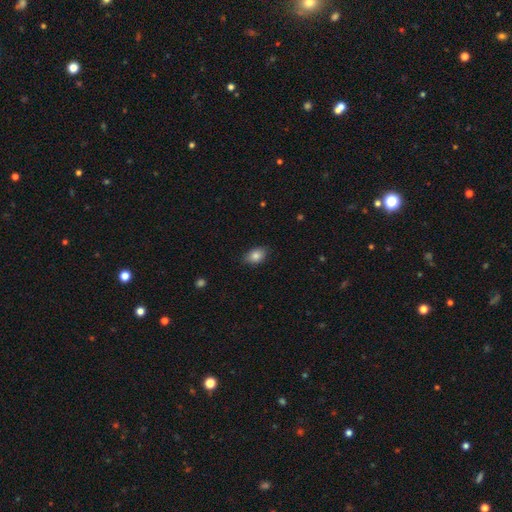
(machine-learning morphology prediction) Overall: smooth (84%). How rounded: in between (82%). Merging: none (83%).